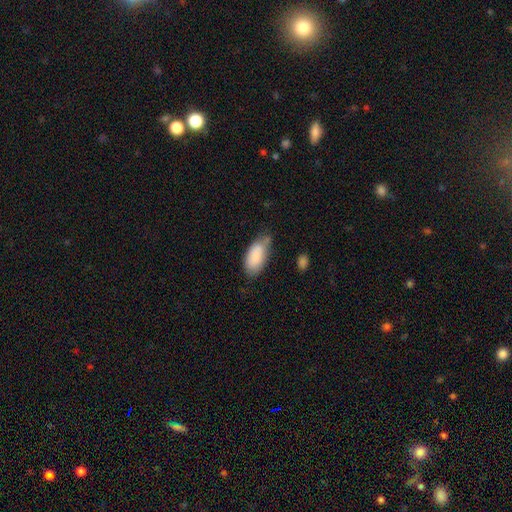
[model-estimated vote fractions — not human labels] Smooth or featured? Predicted: smooth (p=0.84). How rounded? Predicted: in between (p=0.92). Merging? Predicted: none (p=0.52).